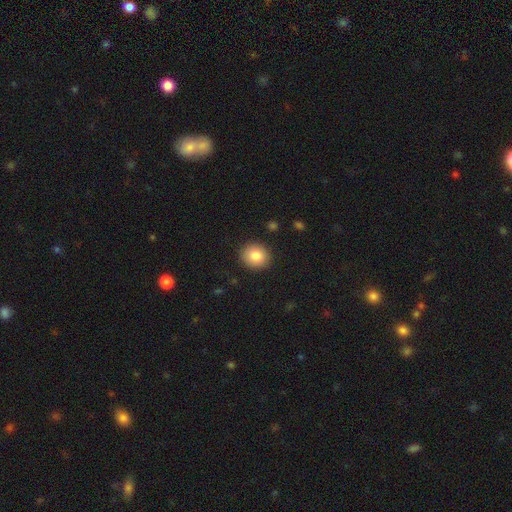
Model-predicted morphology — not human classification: smooth-or-featured: smooth: 84% | star or artifact: 8% | featured or disk: 8%
  how-rounded: round: 77% | in between: 22% | cigar-shaped: 1%
  merging: none: 90% | minor disturbance: 7% | major disturbance: 2% | merger: 1%